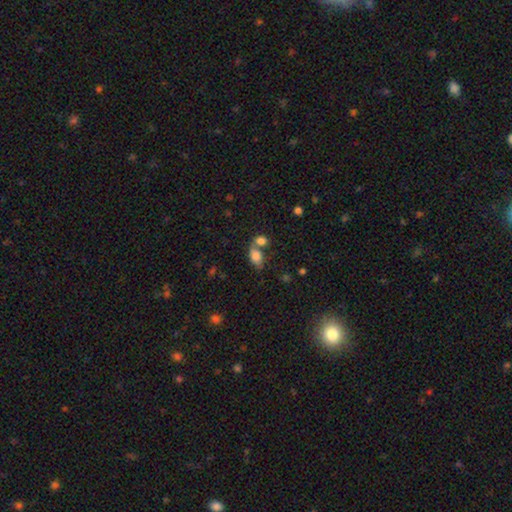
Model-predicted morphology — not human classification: A smooth galaxy with no disk features (79%) that is in between round and cigar-shaped (86%). Merging: merger (47%).